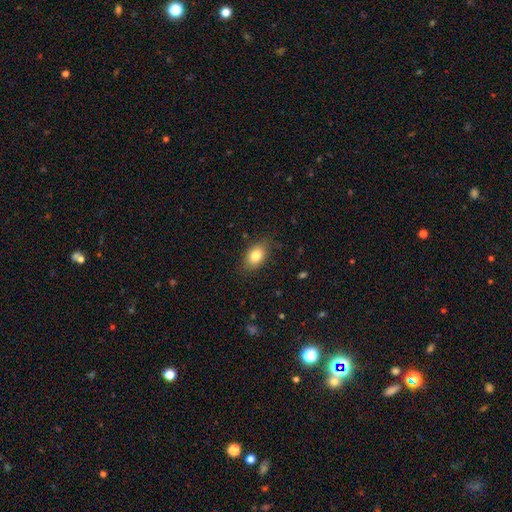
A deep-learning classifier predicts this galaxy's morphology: smooth-or-featured: smooth: 82% | featured or disk: 10% | star or artifact: 8%
  how-rounded: in between: 85% | round: 14% | cigar-shaped: 2%
  merging: none: 83% | minor disturbance: 13% | major disturbance: 3% | merger: 1%